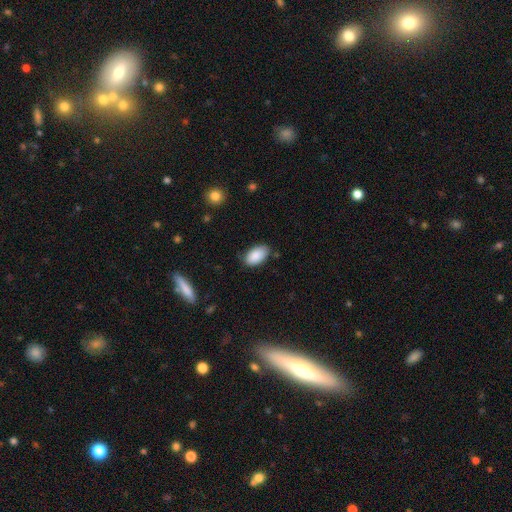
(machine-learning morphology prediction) Smooth or featured: smooth — 89% (star or artifact — 7%)
How rounded: in between — 94% (round — 4%)
Merging: none — 80% (minor disturbance — 16%)